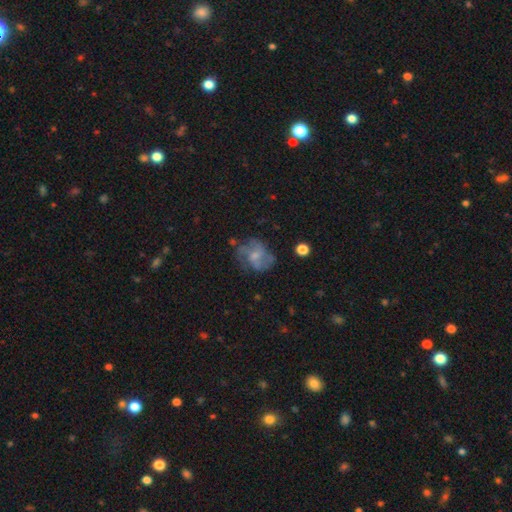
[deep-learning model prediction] This appears to be a featured or disk galaxy (58%) with no bar (63%), spiral arms (67%) and a small central bulge (50%). Merging: none (54%).